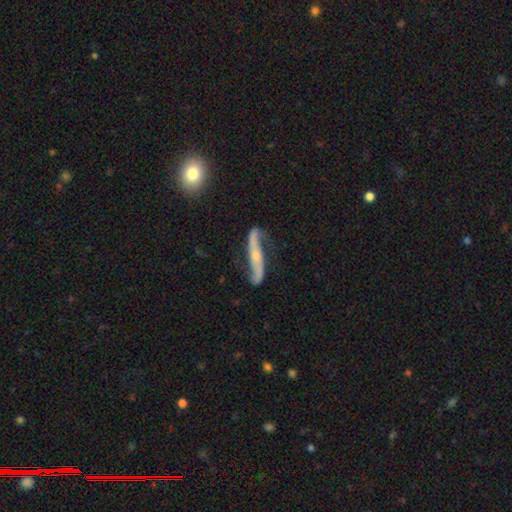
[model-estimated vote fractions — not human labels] Morphology: type=featured or disk (82%); edge-on=no (69%); bar=no (47%); spiral arms=yes (93%); winding=loose (80%); arm count=2 (92%); bulge=small (61%); merging=none (68%).